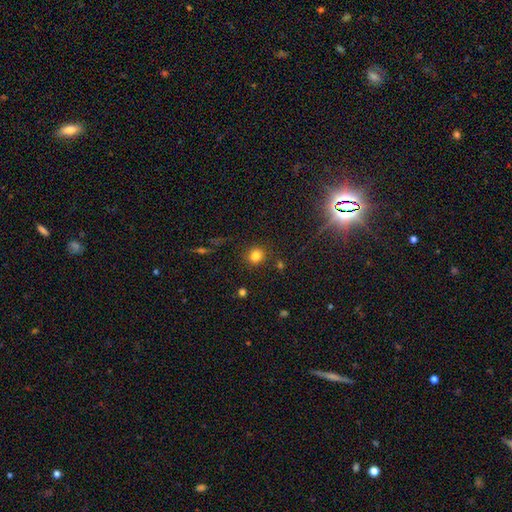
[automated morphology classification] A smooth galaxy with no disk features (81%) that is round (84%).

Vote fractions:
- Smooth or featured? smooth: 81% / star or artifact: 14% / featured or disk: 6%
- How rounded? round: 84% / in between: 15% / cigar-shaped: 1%
- Merging? none: 86% / minor disturbance: 8% / major disturbance: 3% / merger: 3%